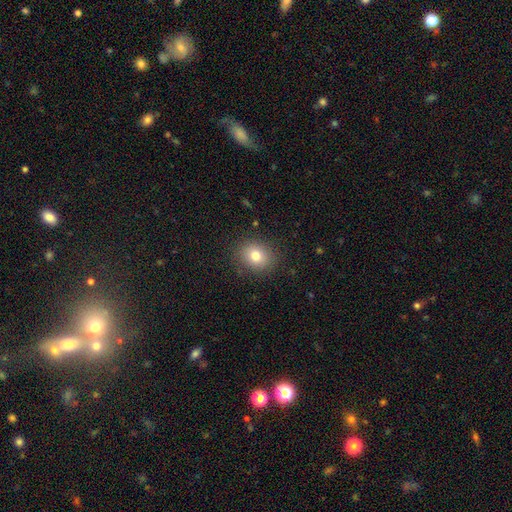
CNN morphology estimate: Smooth or featured?
  - smooth: 78% *
  - star or artifact: 12%
  - featured or disk: 11%
How rounded?
  - round: 65% *
  - in between: 34%
  - cigar-shaped: 1%
Merging?
  - none: 88% *
  - minor disturbance: 8%
  - major disturbance: 3%
  - merger: 1%